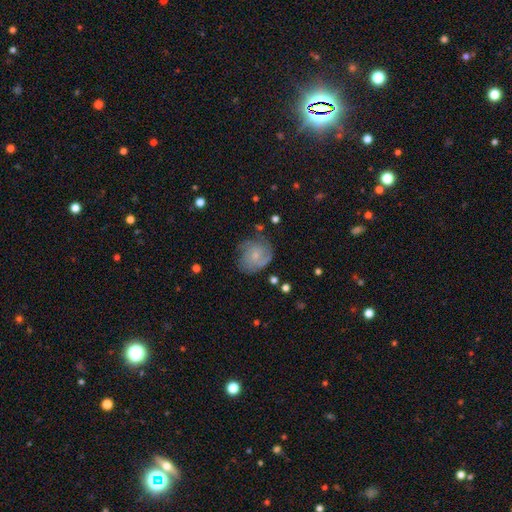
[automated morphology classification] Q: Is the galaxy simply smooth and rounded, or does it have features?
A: featured or disk — 52%.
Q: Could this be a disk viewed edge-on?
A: no — 98%.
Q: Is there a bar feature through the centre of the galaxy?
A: no — 71%.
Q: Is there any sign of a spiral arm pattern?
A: yes — 80%.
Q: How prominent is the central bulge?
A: small — 69%.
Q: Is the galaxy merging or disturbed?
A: none — 62%.